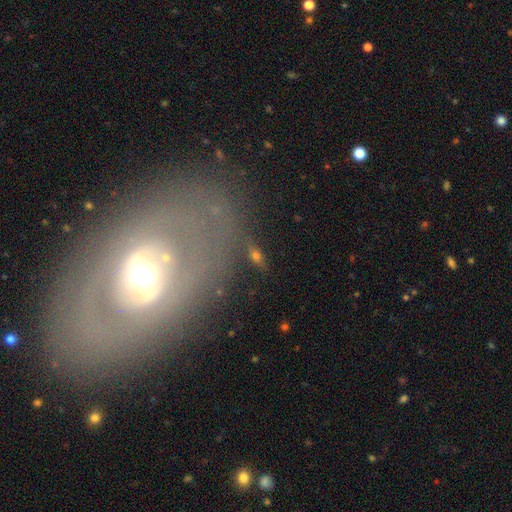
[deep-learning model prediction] Smooth or featured?
  - smooth: 44% *
  - featured or disk: 34%
  - star or artifact: 22%
Merging?
  - none: 74% *
  - minor disturbance: 13%
  - major disturbance: 7%
  - merger: 6%